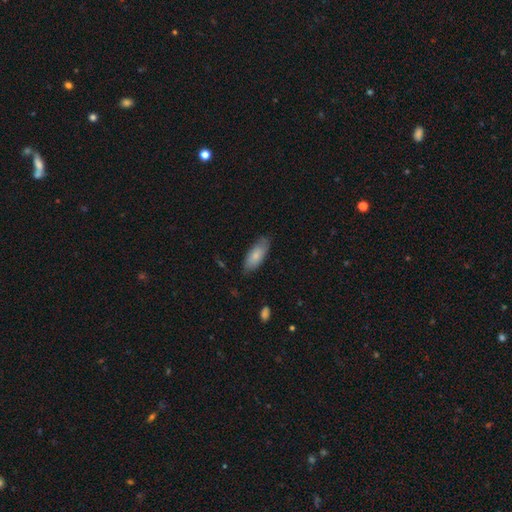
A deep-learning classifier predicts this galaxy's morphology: smooth_or_featured: smooth (p=0.78) [alt: featured or disk p=0.17]
how_rounded: in between (p=0.81) [alt: cigar-shaped p=0.17]
merging: none (p=0.76) [alt: minor disturbance p=0.20]